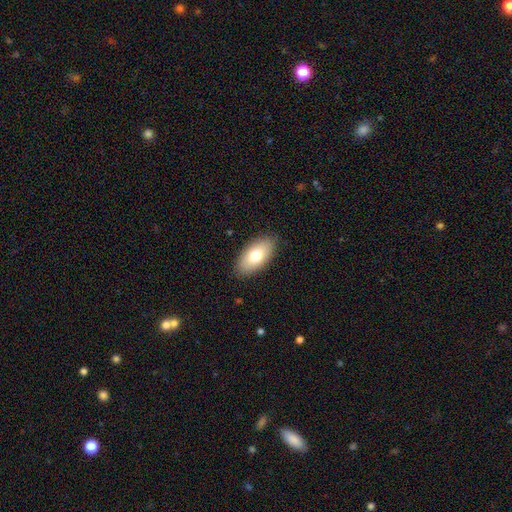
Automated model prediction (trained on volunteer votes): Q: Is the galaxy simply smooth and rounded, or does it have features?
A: smooth — 76%.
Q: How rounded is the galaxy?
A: in between — 93%.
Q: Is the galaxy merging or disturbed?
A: none — 87%.